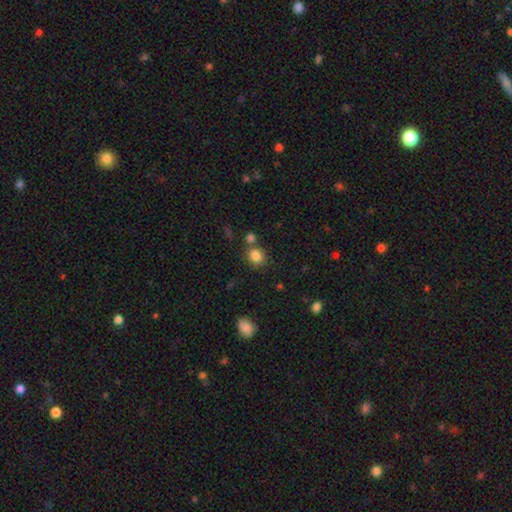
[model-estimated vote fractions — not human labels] Q: Smooth or featured?
A: smooth (83%); runner-up: star or artifact (11%)
Q: How rounded?
A: round (78%); runner-up: in between (21%)
Q: Merging?
A: none (68%); runner-up: merger (18%)